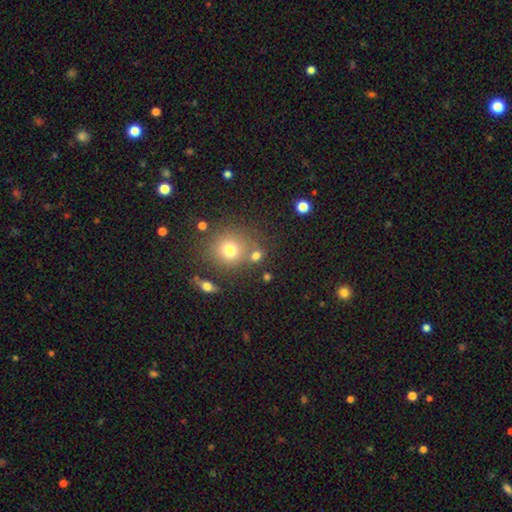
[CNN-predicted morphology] Smooth or featured? Predicted: smooth (p=0.72). How rounded? Predicted: round (p=0.78). Merging? Predicted: none (p=0.65).